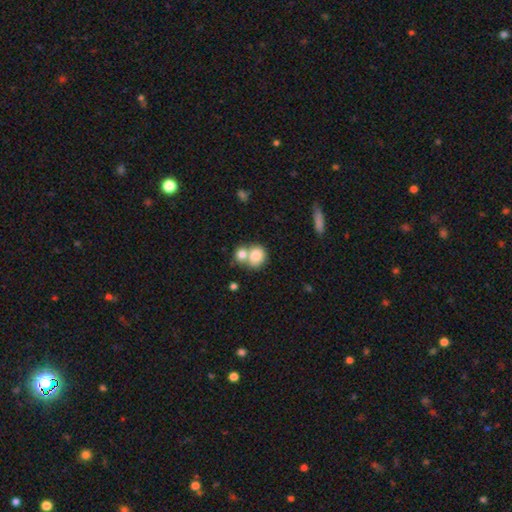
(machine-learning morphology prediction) smooth_or_featured: smooth (p=0.80) [alt: featured or disk p=0.11]
how_rounded: round (p=0.70) [alt: in between p=0.29]
merging: merger (p=0.54) [alt: none p=0.35]